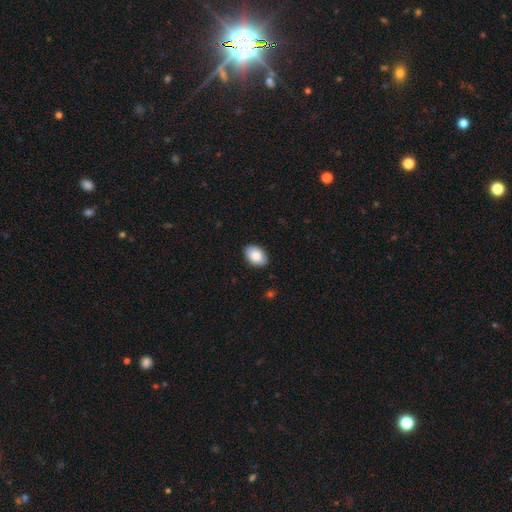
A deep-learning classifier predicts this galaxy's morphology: This is clearly a smooth galaxy (86%). How rounded: clearly in between (90%). Merging: clearly none (89%).